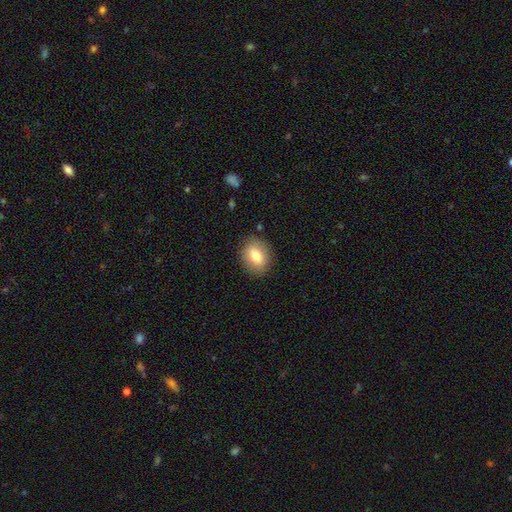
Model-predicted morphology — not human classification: Overall: smooth (78%). How rounded: in between (61%; round 38%). Merging: none (87%).